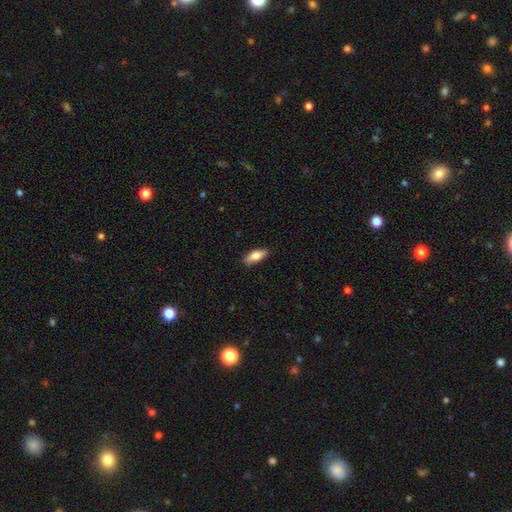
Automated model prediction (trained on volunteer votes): Smooth or featured?
  - smooth: 76% *
  - featured or disk: 18%
  - star or artifact: 6%
How rounded?
  - in between: 73% *
  - cigar-shaped: 25%
  - round: 3%
Merging?
  - none: 85% *
  - minor disturbance: 12%
  - major disturbance: 2%
  - merger: 1%